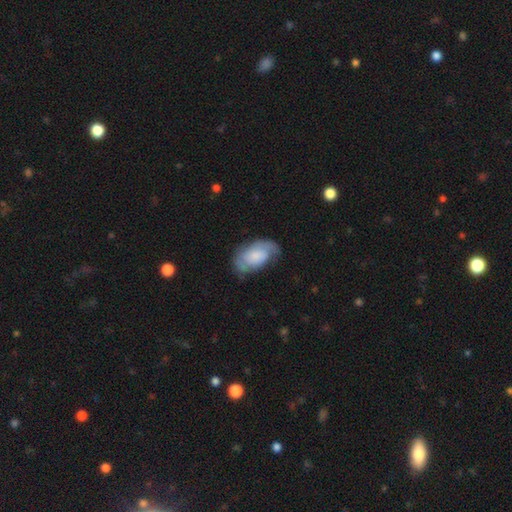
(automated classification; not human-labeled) Smooth or featured: featured or disk — 50% (smooth — 43%)
Edge-on disk: no — 96% (yes — 4%)
Merging: none — 58% (minor disturbance — 27%)